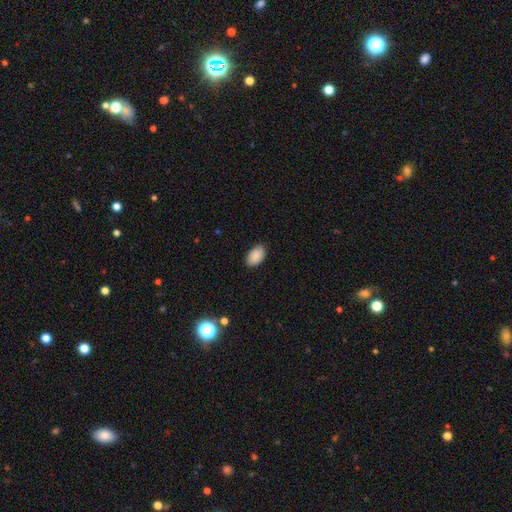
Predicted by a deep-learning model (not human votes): smooth_or_featured: smooth (p=0.90) [alt: star or artifact p=0.07]
how_rounded: in between (p=0.93) [alt: round p=0.05]
merging: none (p=0.86) [alt: minor disturbance p=0.11]